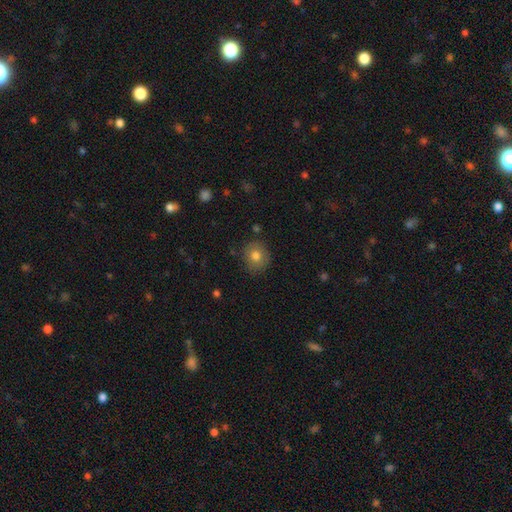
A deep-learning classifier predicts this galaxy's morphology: A smooth galaxy with no disk features (78%) that is round (83%).

Vote fractions:
- Smooth or featured? smooth: 78% / featured or disk: 12% / star or artifact: 10%
- How rounded? round: 83% / in between: 16% / cigar-shaped: 1%
- Merging? none: 85% / minor disturbance: 11% / major disturbance: 3% / merger: 2%